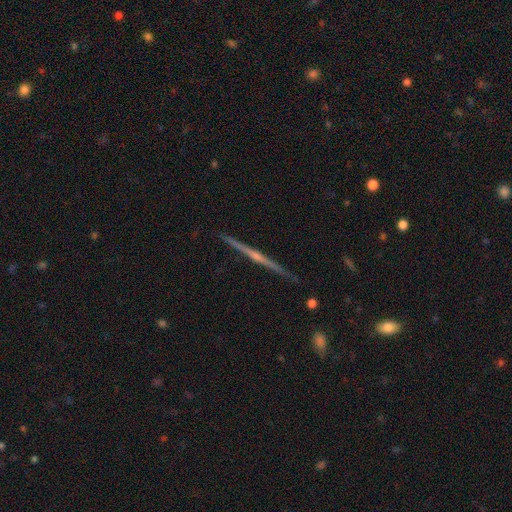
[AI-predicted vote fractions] Morphology: type=featured or disk (83%); edge-on=yes (99%); edge-on bulge=rounded (73%); merging=none (91%).